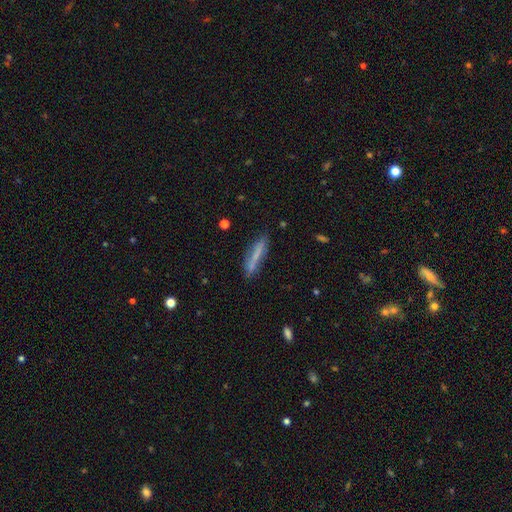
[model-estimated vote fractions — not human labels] Smooth or featured: smooth — 63% (featured or disk — 28%)
How rounded: cigar-shaped — 88% (in between — 10%)
Merging: none — 77% (minor disturbance — 16%)